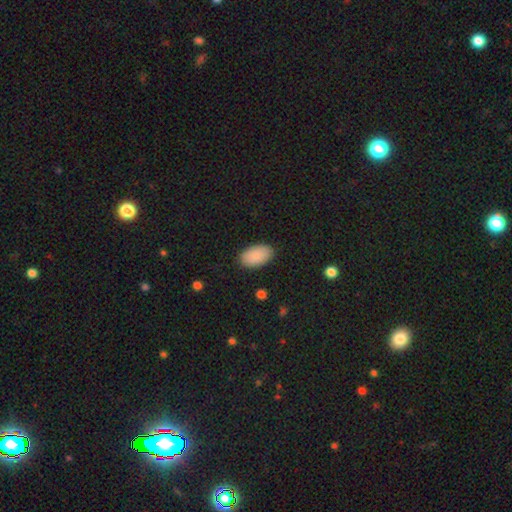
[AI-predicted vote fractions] smooth 89%, star or artifact 6%, featured or disk 5%. Down the decision tree: how rounded — in between (95%); merging — none (88%).